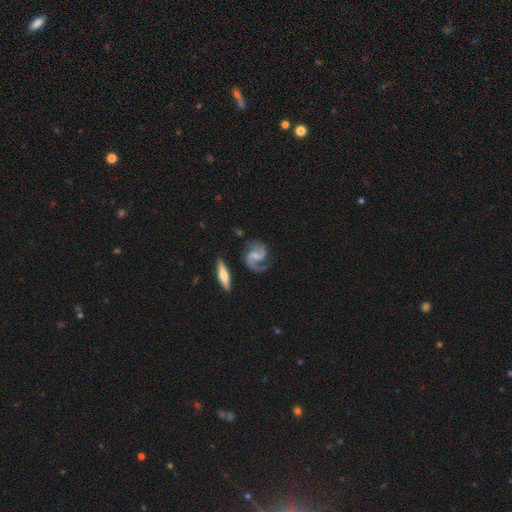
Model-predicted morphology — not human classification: featured or disk 89%, smooth 7%, star or artifact 5%. Down the decision tree: edge-on disk — no (97%); bar — weak (47%); spiral arms — yes (97%); spiral arm count — 2 (89%); spiral winding — medium (55%); bulge size — none (38%); merging — none (71%).